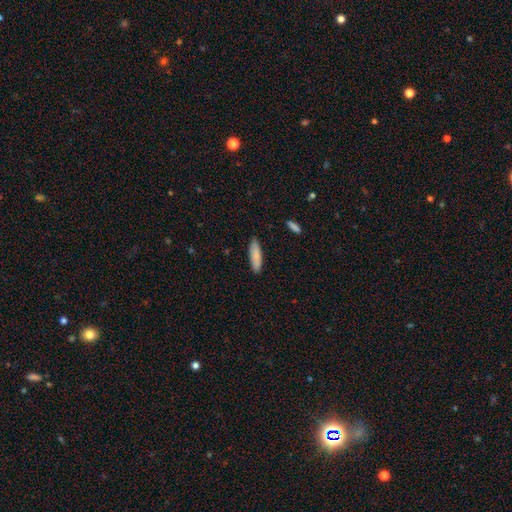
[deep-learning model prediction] This is clearly a smooth galaxy (85%). How rounded: possibly cigar-shaped (60%). Merging: clearly none (86%).